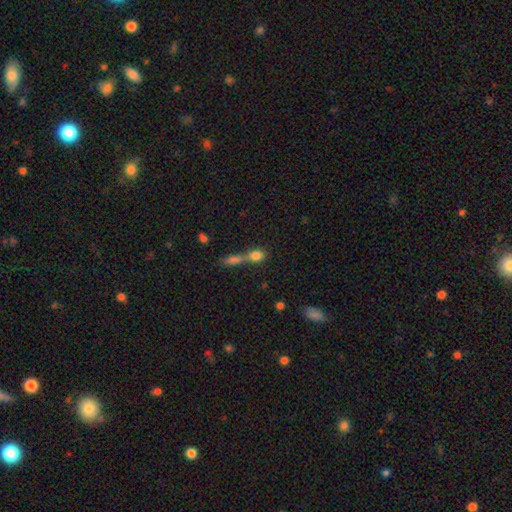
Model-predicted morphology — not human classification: This is likely a smooth galaxy (79%). How rounded: possibly in between (46%). Merging: possibly merger (58%).